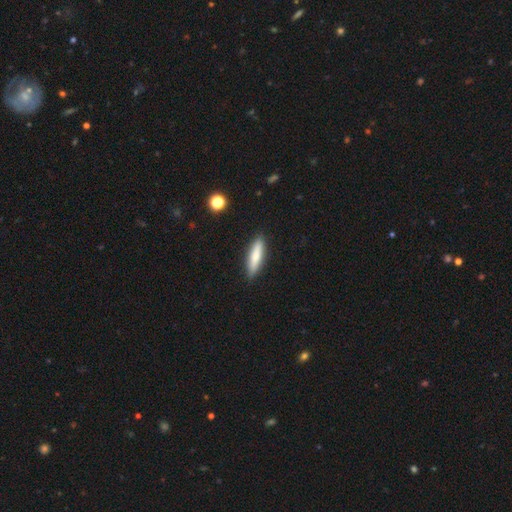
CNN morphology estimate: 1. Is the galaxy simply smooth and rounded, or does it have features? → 73% smooth, 22% featured or disk, 6% star or artifact.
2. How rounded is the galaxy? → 76% cigar-shaped, 23% in between, 2% round.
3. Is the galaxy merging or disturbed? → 89% none, 8% minor disturbance, 2% major disturbance, 1% merger.